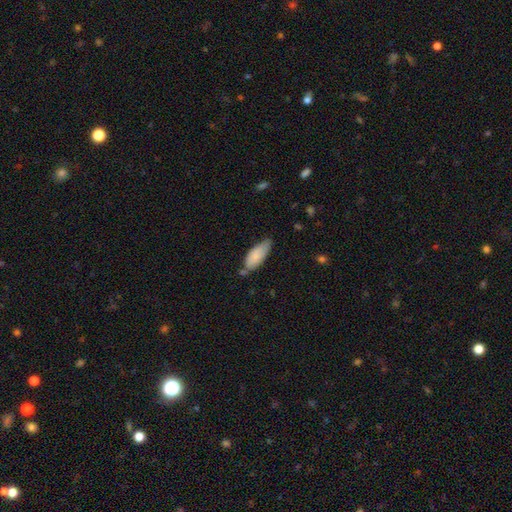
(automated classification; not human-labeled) Smooth or featured? smooth (82%)
How rounded? in between (79%)
Merging? none (50%)